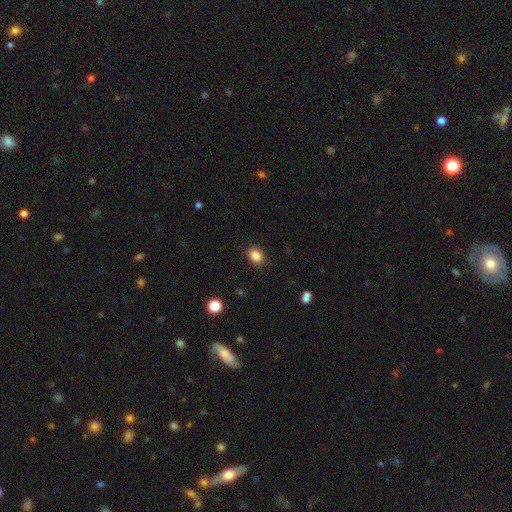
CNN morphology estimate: Q: Smooth or featured?
A: smooth (86%); runner-up: star or artifact (10%)
Q: How rounded?
A: in between (50%); runner-up: round (49%)
Q: Merging?
A: none (88%); runner-up: minor disturbance (9%)